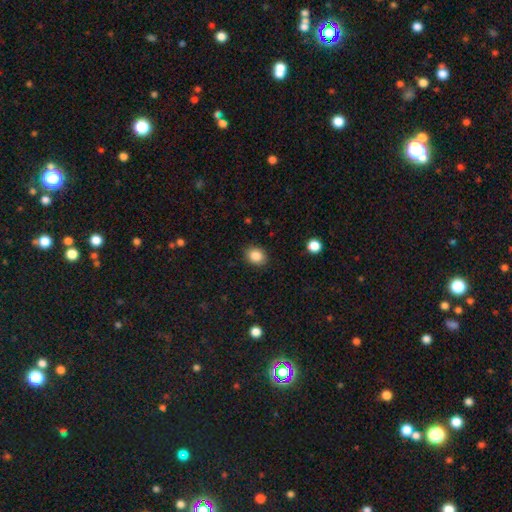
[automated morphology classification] The model was most divided on "how rounded": round: 56%, in between: 43%, cigar-shaped: 1%. More confident: merging — none (89%); smooth or featured — smooth (86%).